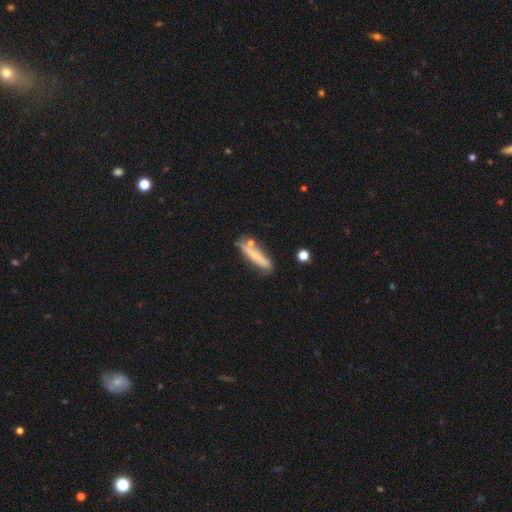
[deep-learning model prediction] This is possibly a smooth galaxy (52%). How rounded: likely cigar-shaped (80%). Merging: likely none (62%).